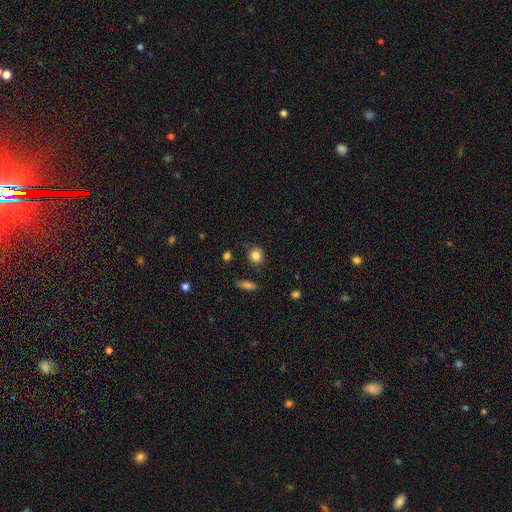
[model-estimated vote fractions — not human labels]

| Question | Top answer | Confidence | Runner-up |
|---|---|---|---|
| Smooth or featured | smooth | 84% | star or artifact (10%) |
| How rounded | round | 80% | in between (18%) |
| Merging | none | 83% | minor disturbance (12%) |